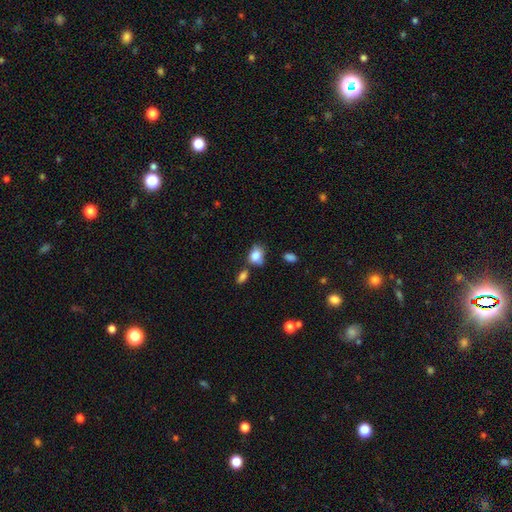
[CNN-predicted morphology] smooth_or_featured: smooth (p=0.81) [alt: featured or disk p=0.10]
how_rounded: in between (p=0.65) [alt: round p=0.33]
merging: none (p=0.46) [alt: minor disturbance p=0.27]